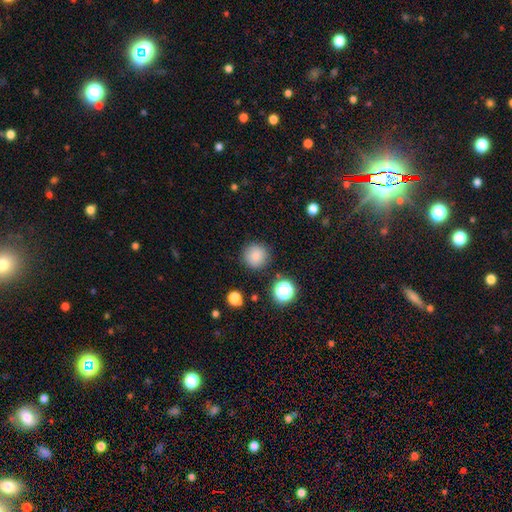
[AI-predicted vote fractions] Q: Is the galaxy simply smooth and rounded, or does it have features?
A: smooth — 82%.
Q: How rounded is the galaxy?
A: round — 95%.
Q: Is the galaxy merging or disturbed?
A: none — 88%.